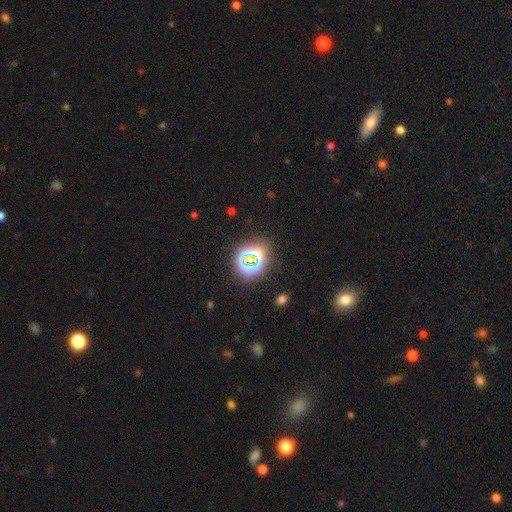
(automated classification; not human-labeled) Overall: star or artifact (69%).